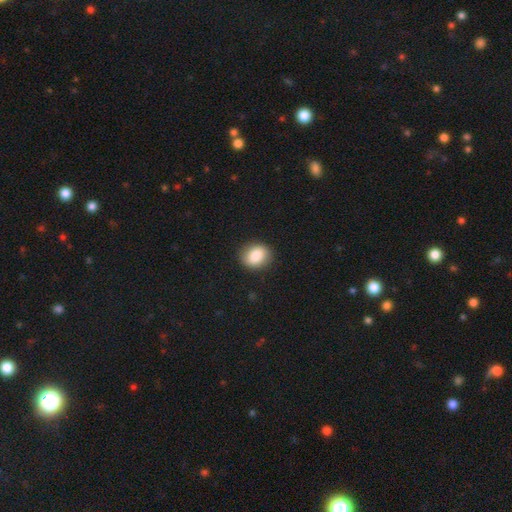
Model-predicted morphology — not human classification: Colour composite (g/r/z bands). It shows a smooth galaxy with no disk features (86%) that is round (55%). Merging: none (88%).